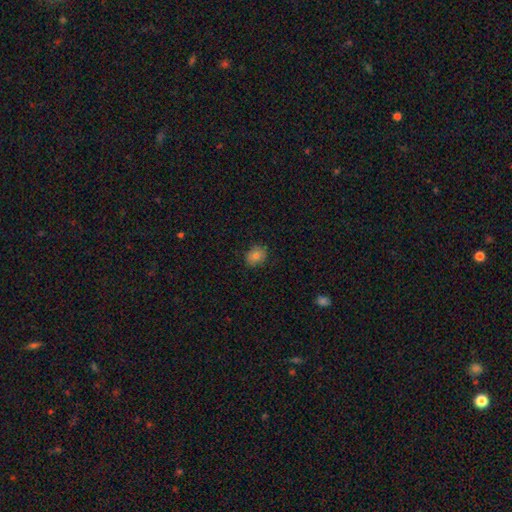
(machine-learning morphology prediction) Smooth or featured? Predicted: smooth (p=0.79). How rounded? Predicted: round (p=0.50). Merging? Predicted: none (p=0.85).